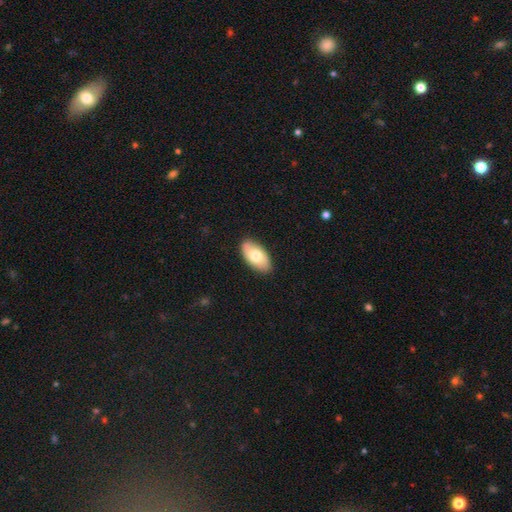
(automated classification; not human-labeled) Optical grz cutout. It shows a smooth galaxy with no disk features (70%) that is in between round and cigar-shaped (95%). Merging: none (87%).